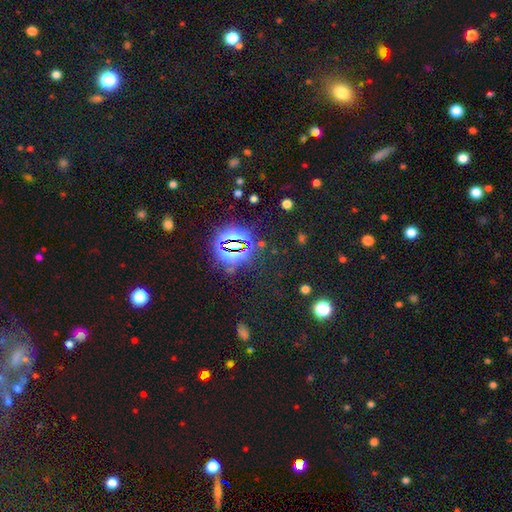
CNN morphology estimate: A star or artifact, not a galaxy (80%).